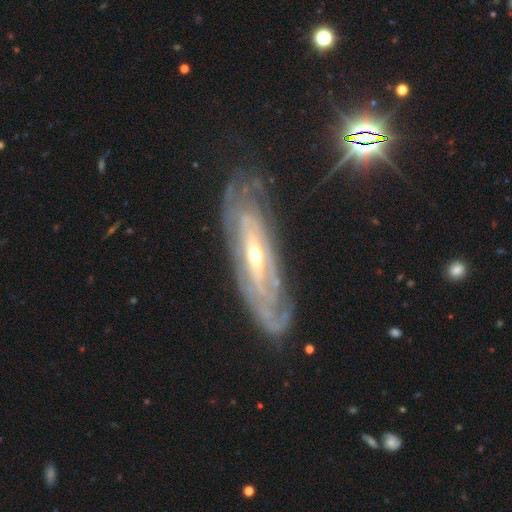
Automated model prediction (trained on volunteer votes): Overall: featured or disk (83%). Edge-on disk: no (78%). Bar: no (61%; weak 25%). Spiral arms: yes (82%). Spiral arm count: can't tell (59%). Spiral winding: tight (73%). Bulge size: small (48%; moderate 47%). Merging: none (72%).